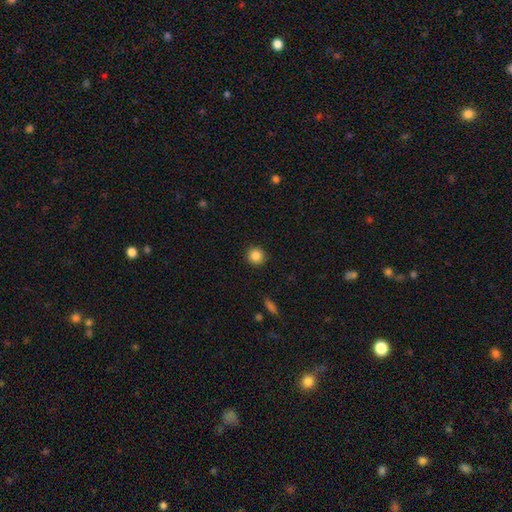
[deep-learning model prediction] Smooth or featured? Predicted: smooth (p=0.86). How rounded? Predicted: round (p=0.93). Merging? Predicted: none (p=0.91).